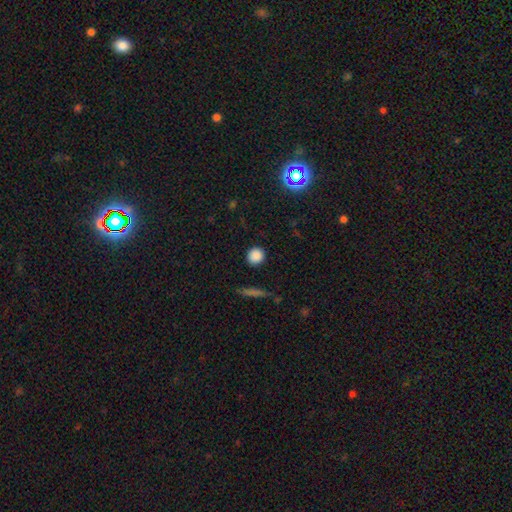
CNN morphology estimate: This is clearly a smooth galaxy (86%). How rounded: clearly round (92%). Merging: clearly none (90%).